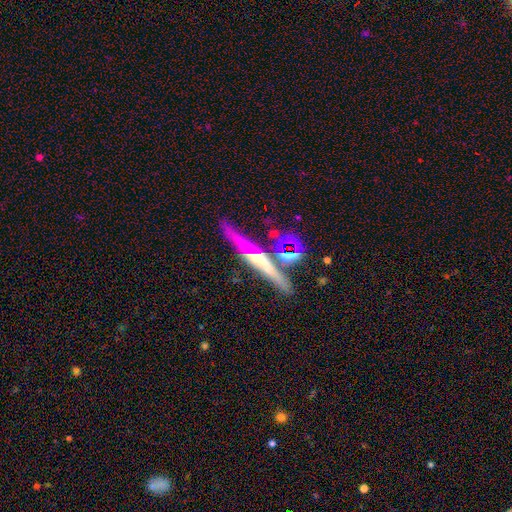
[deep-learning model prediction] smooth_or_featured: featured or disk (p=0.68) [alt: smooth p=0.18]
disk_edge_on: yes (p=0.94) [alt: no p=0.06]
edge_on_bulge: rounded (p=0.69) [alt: none p=0.20]
merging: none (p=0.73) [alt: merger p=0.12]